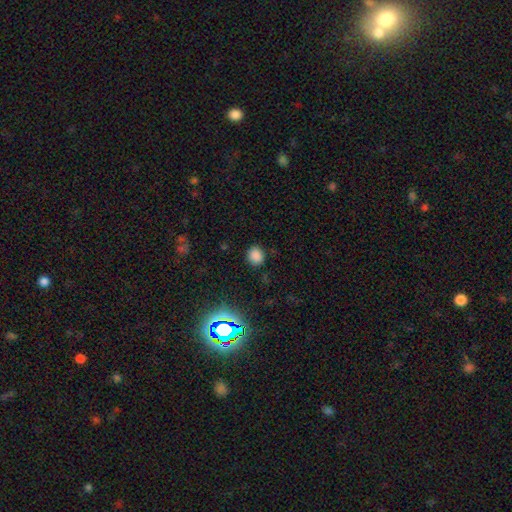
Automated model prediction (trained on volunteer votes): Smooth or featured: smooth — 80% (star or artifact — 16%)
How rounded: round — 77% (in between — 21%)
Merging: none — 86% (minor disturbance — 9%)